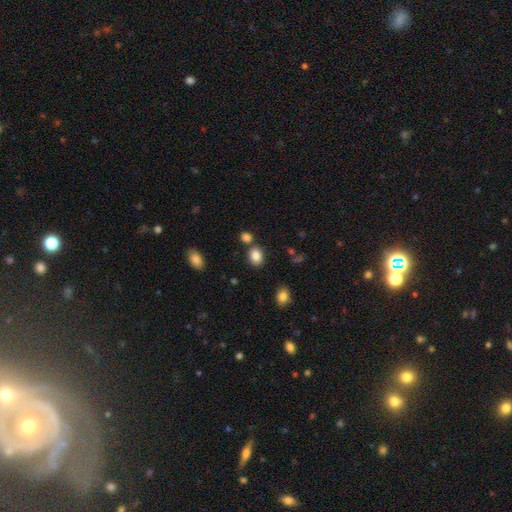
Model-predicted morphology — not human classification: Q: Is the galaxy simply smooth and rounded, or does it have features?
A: smooth — 85%.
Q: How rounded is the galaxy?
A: in between — 57%.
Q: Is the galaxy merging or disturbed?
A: none — 72%.